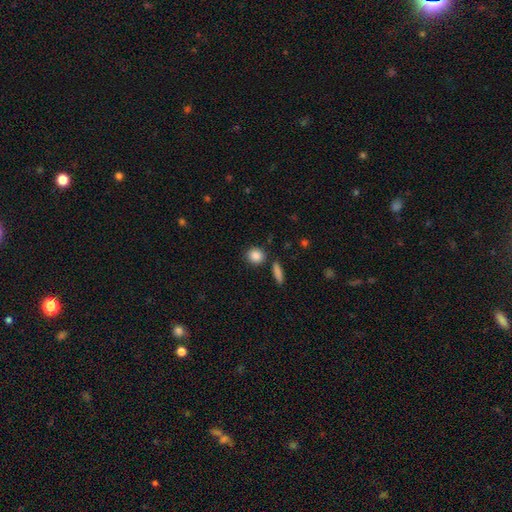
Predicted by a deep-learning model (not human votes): Morphology: type=smooth (88%); roundness=round (78%); merging=none (84%).